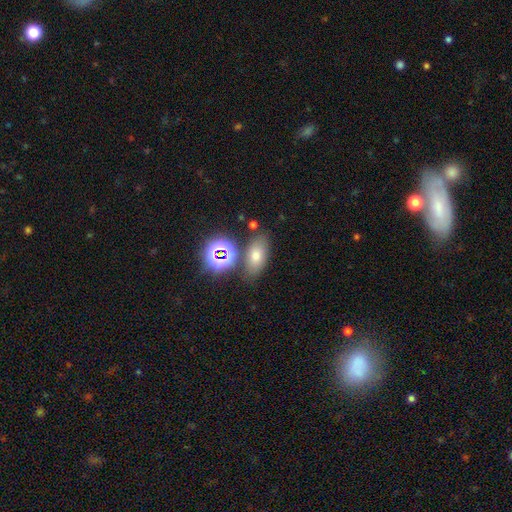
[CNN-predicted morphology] Overall: smooth (61%; star or artifact 22%). How rounded: in between (80%). Merging: none (75%).